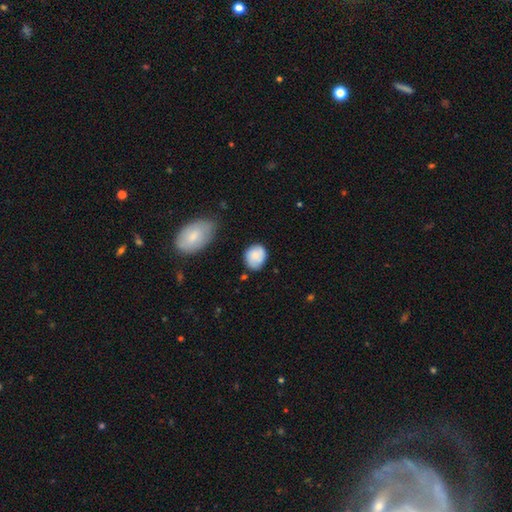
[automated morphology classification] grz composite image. It shows a smooth galaxy with no disk features (74%) that is round (59%). Merging: none (69%).